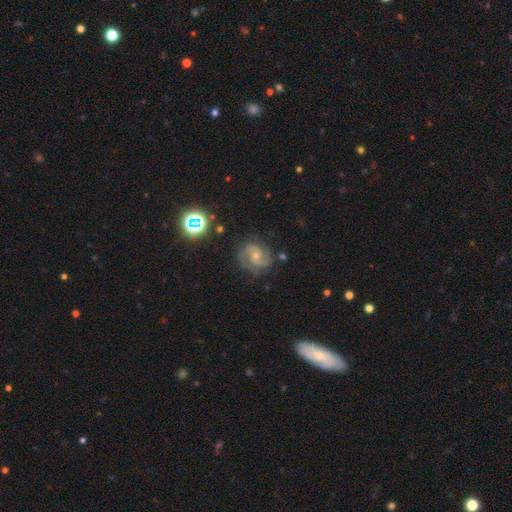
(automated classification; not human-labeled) Smooth or featured? featured or disk (82%)
Edge-on disk? no (98%)
Bar? no (57%)
Spiral arms? yes (97%)
Spiral winding? medium (53%)
Spiral arm count? 2 (79%)
Bulge size? small (56%)
Merging? none (75%)